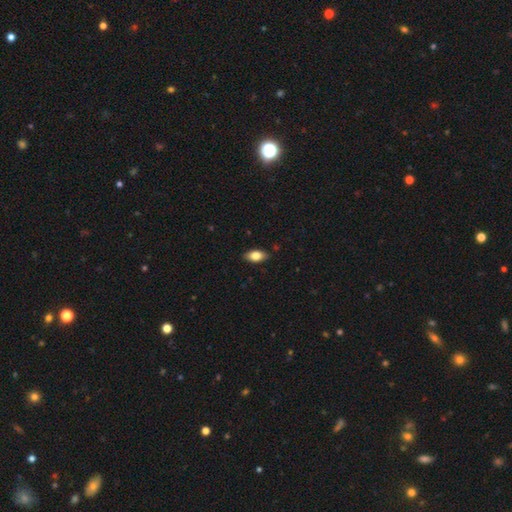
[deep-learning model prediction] Smooth or featured?
  - smooth: 80% *
  - featured or disk: 13%
  - star or artifact: 7%
How rounded?
  - in between: 90% *
  - cigar-shaped: 5%
  - round: 5%
Merging?
  - none: 86% *
  - minor disturbance: 11%
  - major disturbance: 2%
  - merger: 1%